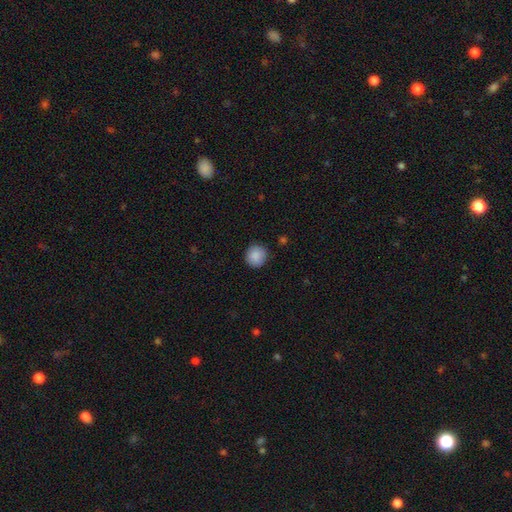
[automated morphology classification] Smooth or featured? smooth (88%)
How rounded? round (92%)
Merging? none (88%)